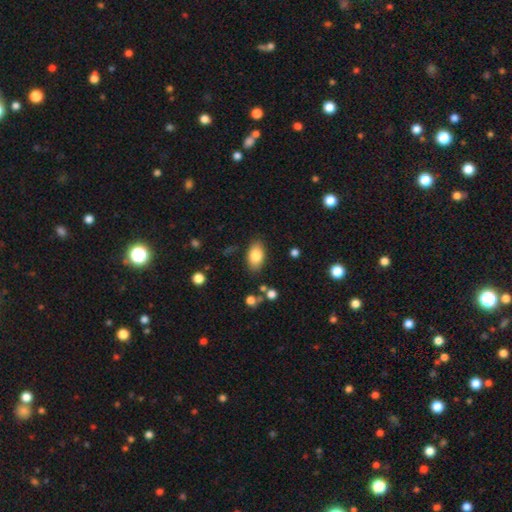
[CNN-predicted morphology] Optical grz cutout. It shows a smooth galaxy with no disk features (82%) that is in between round and cigar-shaped (91%). Merging: none (83%).